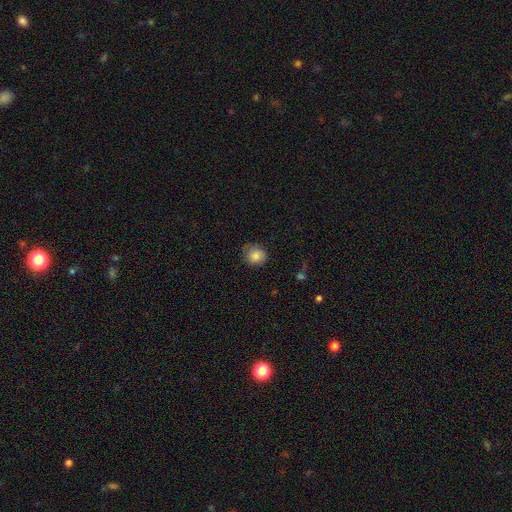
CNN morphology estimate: Smooth or featured?
  - smooth: 83% *
  - star or artifact: 9%
  - featured or disk: 8%
How rounded?
  - round: 86% *
  - in between: 14%
  - cigar-shaped: 1%
Merging?
  - none: 75% *
  - minor disturbance: 20%
  - major disturbance: 5%
  - merger: 1%